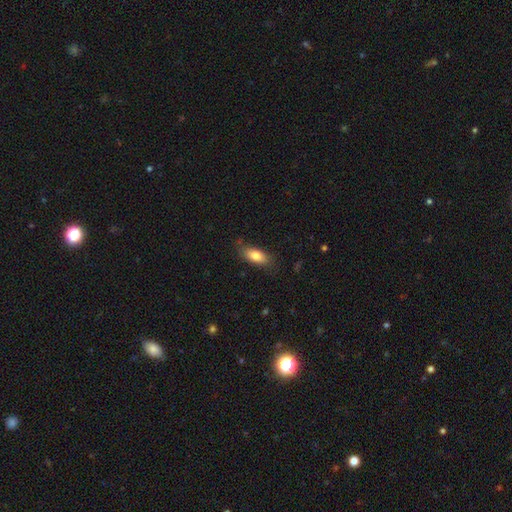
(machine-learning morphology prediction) A smooth galaxy with no disk features (80%) that is in between round and cigar-shaped (83%). Merging: none (76%).